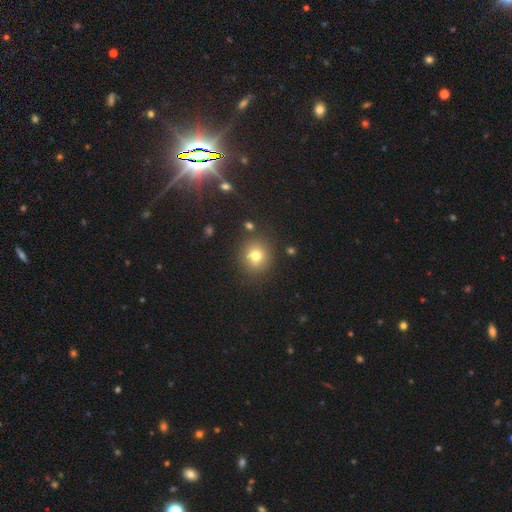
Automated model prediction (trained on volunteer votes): The model was most divided on "smooth or featured": smooth: 76%, star or artifact: 14%, featured or disk: 9%. More confident: how rounded — round (86%); merging — none (85%).